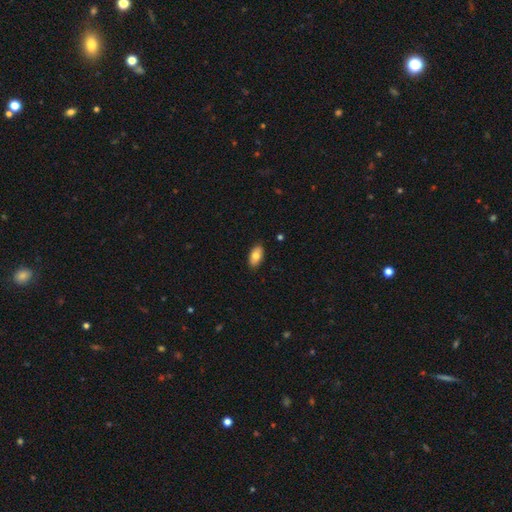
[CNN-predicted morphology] Smooth or featured? Predicted: smooth (p=0.80). How rounded? Predicted: in between (p=0.93). Merging? Predicted: none (p=0.89).